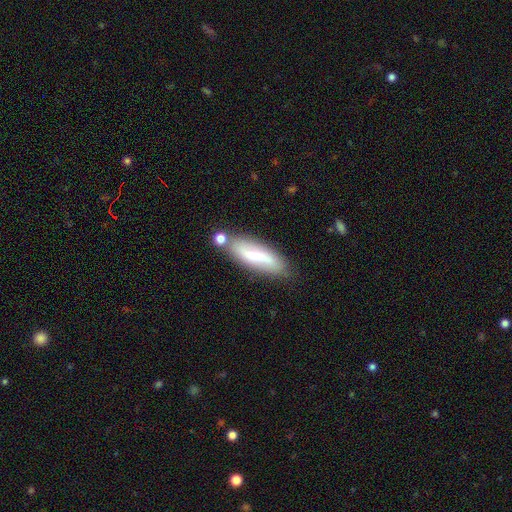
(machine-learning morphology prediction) smooth_or_featured: smooth (p=0.56) [alt: featured or disk p=0.37]
how_rounded: cigar-shaped (p=0.50) [alt: in between p=0.47]
merging: none (p=0.66) [alt: minor disturbance p=0.16]